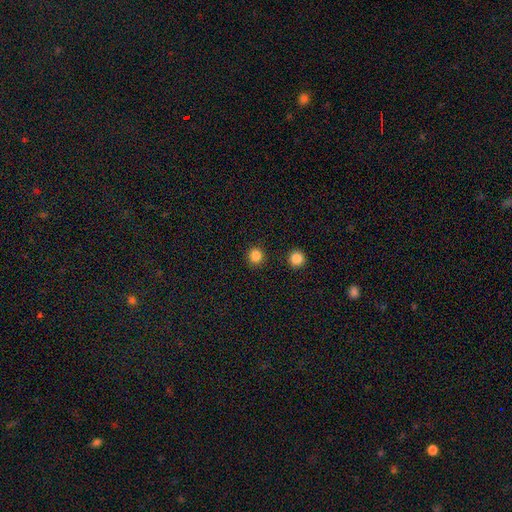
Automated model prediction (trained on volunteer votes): Q: Smooth or featured?
A: smooth (85%); runner-up: star or artifact (12%)
Q: How rounded?
A: round (91%); runner-up: in between (8%)
Q: Merging?
A: none (90%); runner-up: minor disturbance (5%)